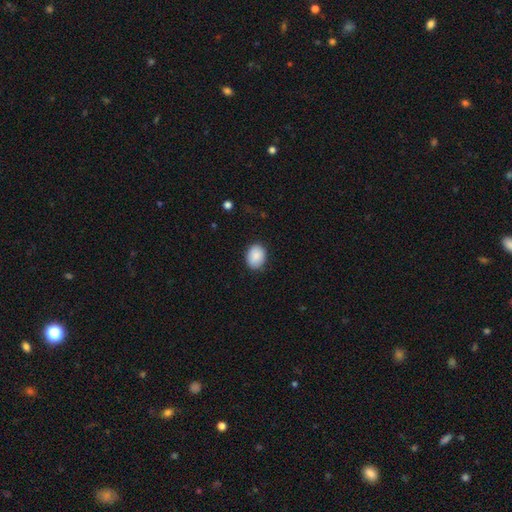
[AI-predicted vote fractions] Smooth or featured?
  - smooth: 89% *
  - star or artifact: 7%
  - featured or disk: 4%
How rounded?
  - in between: 63% *
  - round: 36%
  - cigar-shaped: 1%
Merging?
  - none: 83% *
  - minor disturbance: 13%
  - major disturbance: 3%
  - merger: 1%